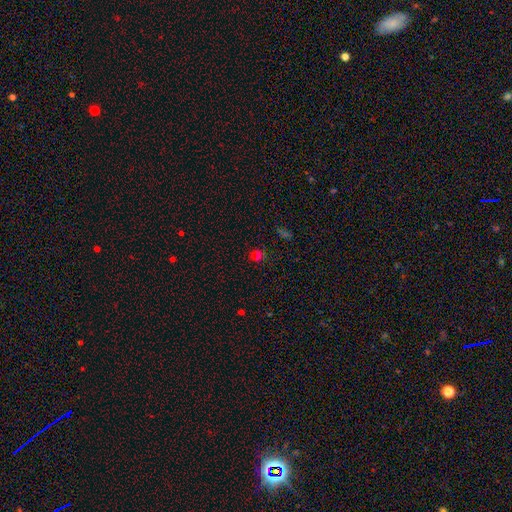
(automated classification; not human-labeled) Morphology: type=smooth (71%); roundness=round (88%); merging=none (87%).